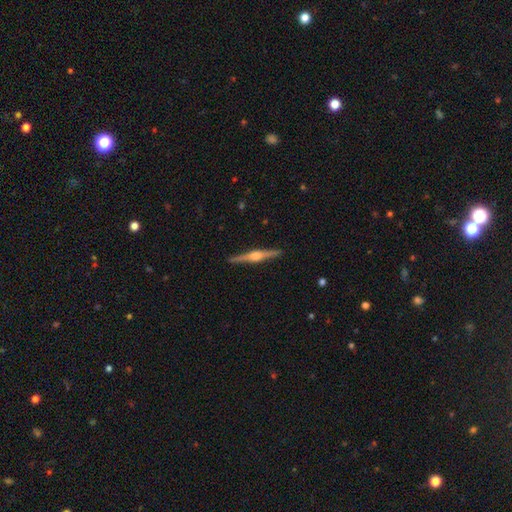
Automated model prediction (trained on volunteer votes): The model was most divided on "smooth or featured": featured or disk: 84%, smooth: 11%, star or artifact: 5%. More confident: edge-on disk — yes (99%); merging — none (92%); edge-on bulge — rounded (89%).